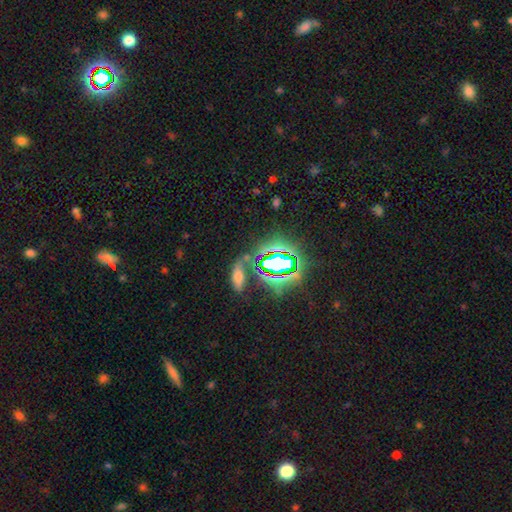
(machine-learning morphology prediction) Smooth or featured? Predicted: star or artifact (p=0.77).